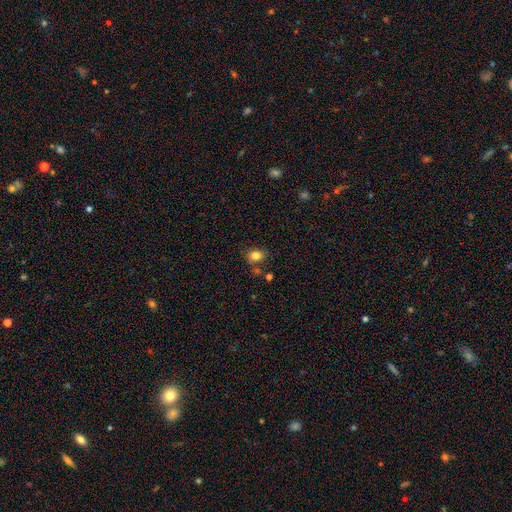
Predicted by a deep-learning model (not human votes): smooth_or_featured: smooth (p=0.82) [alt: star or artifact p=0.11]
how_rounded: in between (p=0.58) [alt: round p=0.41]
merging: none (p=0.71) [alt: minor disturbance p=0.15]